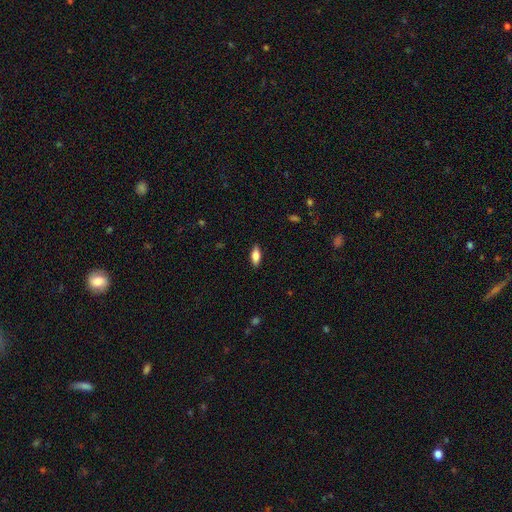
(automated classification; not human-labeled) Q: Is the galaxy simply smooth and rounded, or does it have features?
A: smooth — 77%.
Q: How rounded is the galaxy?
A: in between — 78%.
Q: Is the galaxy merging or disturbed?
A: none — 87%.